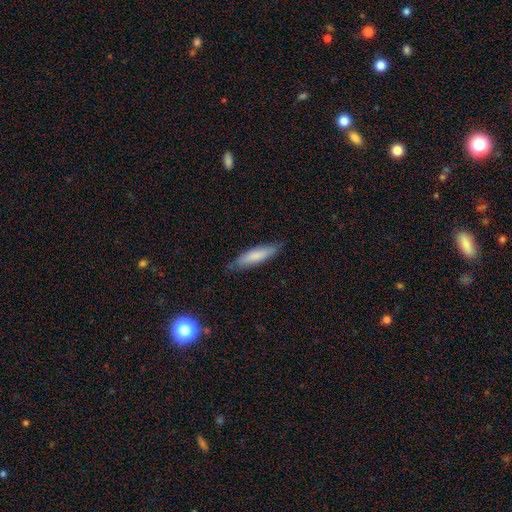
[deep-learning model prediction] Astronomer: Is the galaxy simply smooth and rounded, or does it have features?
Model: smooth — 74%.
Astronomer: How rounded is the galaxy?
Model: cigar-shaped — 70%.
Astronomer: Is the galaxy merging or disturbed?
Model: none — 79%.